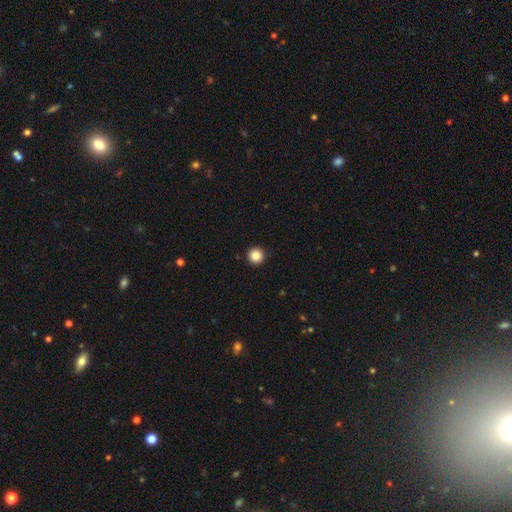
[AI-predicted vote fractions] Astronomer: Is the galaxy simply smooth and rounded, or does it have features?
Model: smooth — 86%.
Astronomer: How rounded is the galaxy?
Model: round — 96%.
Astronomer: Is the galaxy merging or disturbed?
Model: none — 94%.